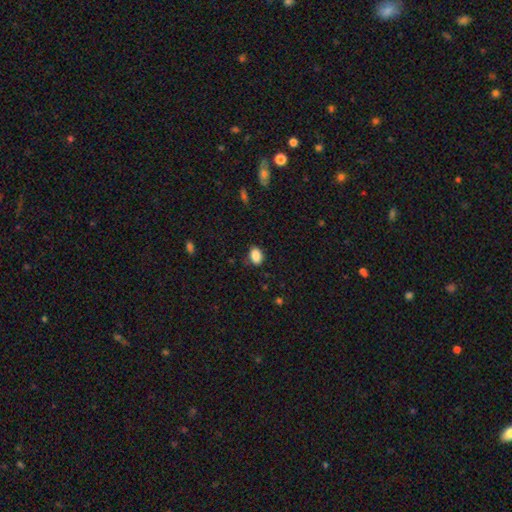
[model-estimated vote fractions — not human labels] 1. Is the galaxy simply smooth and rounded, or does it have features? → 88% smooth, 8% star or artifact, 4% featured or disk.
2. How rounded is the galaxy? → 81% in between, 18% round, 1% cigar-shaped.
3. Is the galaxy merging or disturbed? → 83% none, 13% minor disturbance, 3% major disturbance, 1% merger.